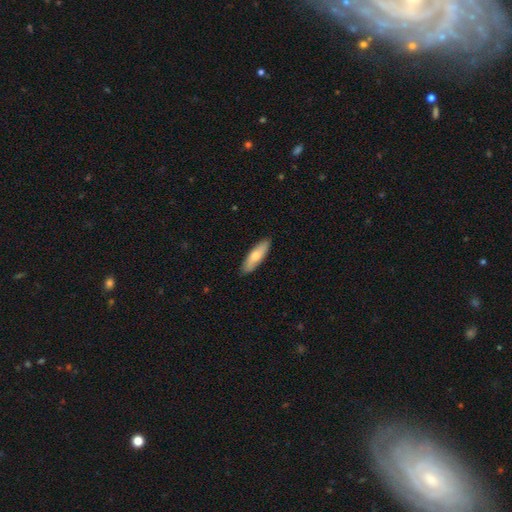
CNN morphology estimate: A smooth galaxy with no disk features (72%) that is cigar-shaped (52%).

Vote fractions:
- Smooth or featured? smooth: 72% / featured or disk: 23% / star or artifact: 5%
- How rounded? cigar-shaped: 52% / in between: 47% / round: 2%
- Merging? none: 87% / minor disturbance: 11% / major disturbance: 2% / merger: 1%